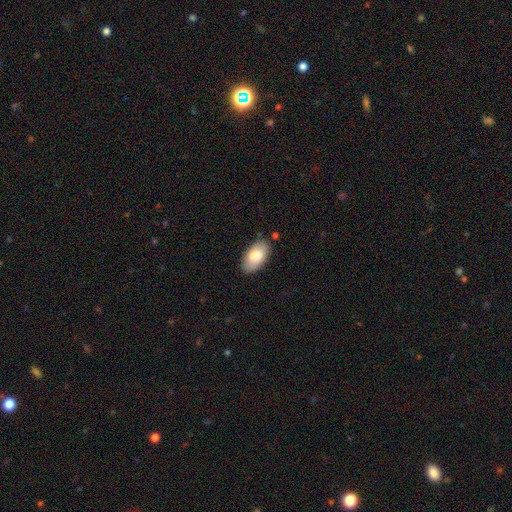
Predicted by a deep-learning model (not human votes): Morphology: type=smooth (80%); roundness=in between (95%); merging=none (85%).